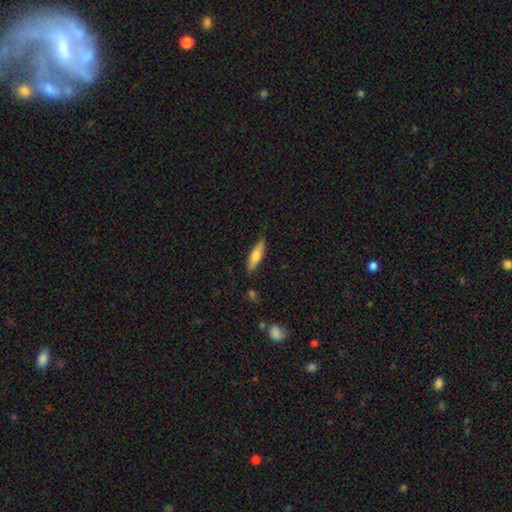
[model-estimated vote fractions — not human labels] A smooth galaxy with no disk features (65%) that is cigar-shaped (58%). Merging: none (83%).